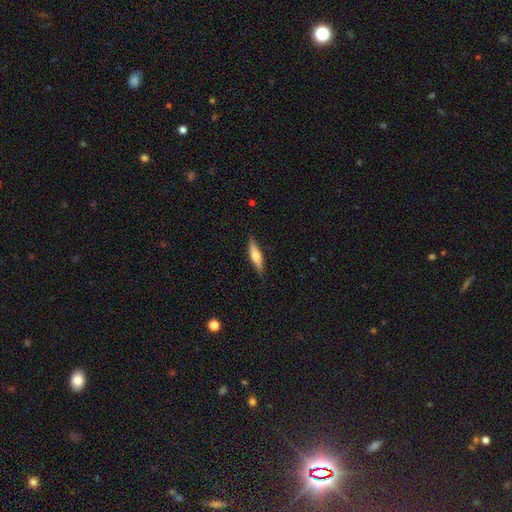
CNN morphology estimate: This is possibly a smooth galaxy (52%). How rounded: likely cigar-shaped (72%). Merging: clearly none (86%).